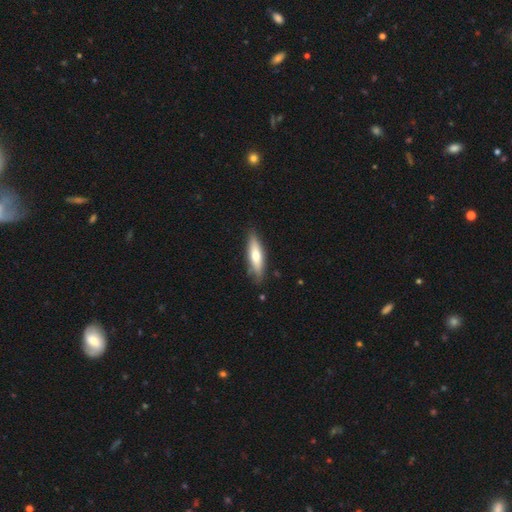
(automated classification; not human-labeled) Overall: smooth (61%; featured or disk 33%). How rounded: cigar-shaped (63%; in between 35%). Merging: none (83%).